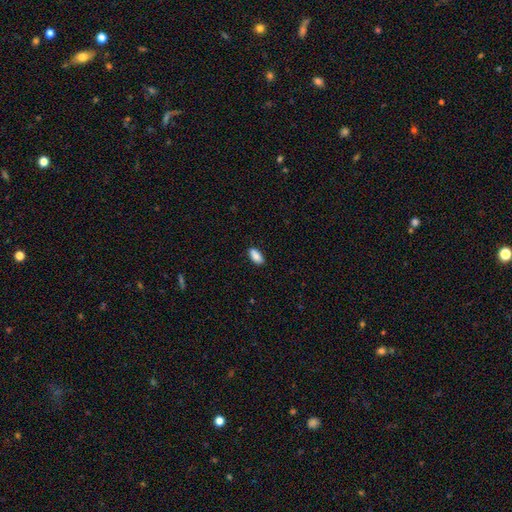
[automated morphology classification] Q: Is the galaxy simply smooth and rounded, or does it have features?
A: smooth — 88%.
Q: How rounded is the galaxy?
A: in between — 90%.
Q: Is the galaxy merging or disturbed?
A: none — 86%.